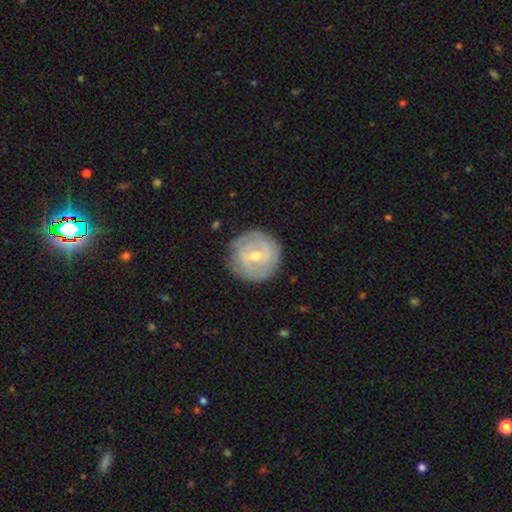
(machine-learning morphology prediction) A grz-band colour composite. It shows a featured or disk galaxy (70%) with a weak bar (55%), spiral arms (74%) and a moderate central bulge (54%). Merging: none (81%).